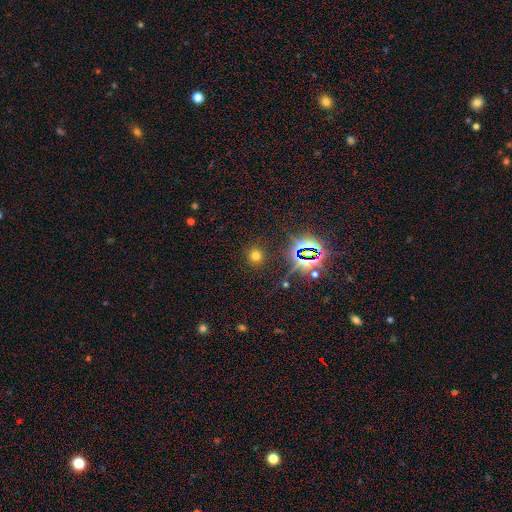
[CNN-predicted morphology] Smooth or featured: smooth — 64% (star or artifact — 28%)
How rounded: round — 91% (in between — 8%)
Merging: none — 88% (minor disturbance — 6%)